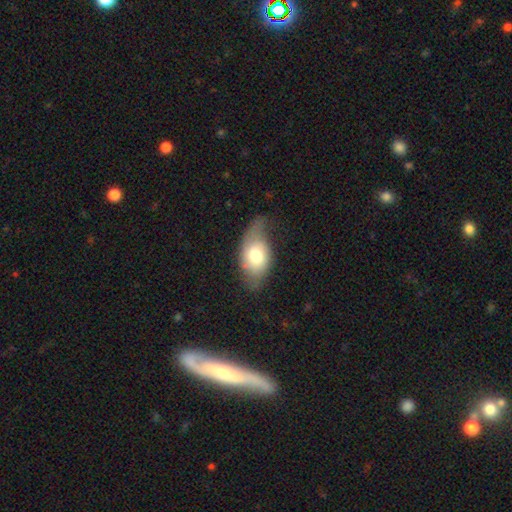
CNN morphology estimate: smooth_or_featured: smooth (p=0.62) [alt: featured or disk p=0.31]
how_rounded: in between (p=0.87) [alt: round p=0.10]
merging: none (p=0.40) [alt: minor disturbance p=0.37]